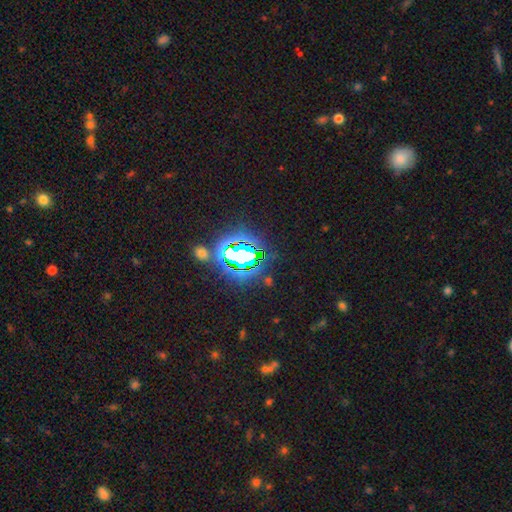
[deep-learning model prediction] star or artifact 80%, smooth 13%, featured or disk 7%.